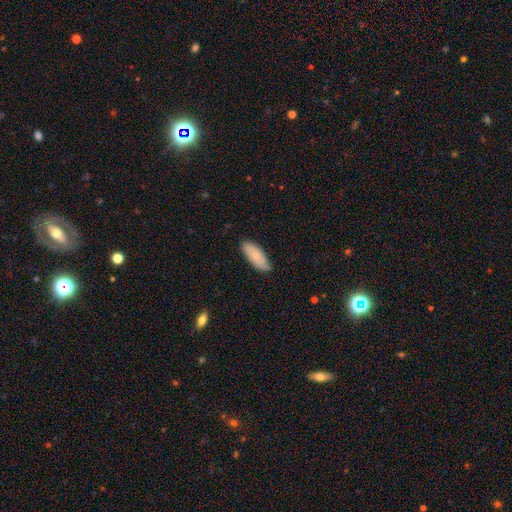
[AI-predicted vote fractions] smooth_or_featured: smooth (p=0.77) [alt: featured or disk p=0.17]
how_rounded: in between (p=0.78) [alt: cigar-shaped p=0.20]
merging: none (p=0.80) [alt: minor disturbance p=0.17]